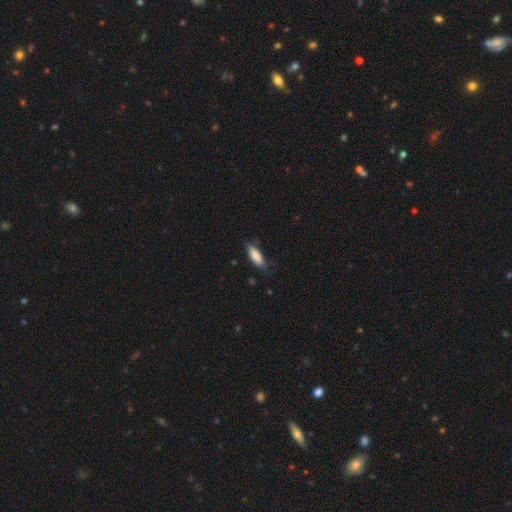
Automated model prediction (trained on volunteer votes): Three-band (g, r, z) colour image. It shows a smooth galaxy with no disk features (84%) that is in between round and cigar-shaped (60%). Merging: none (69%).